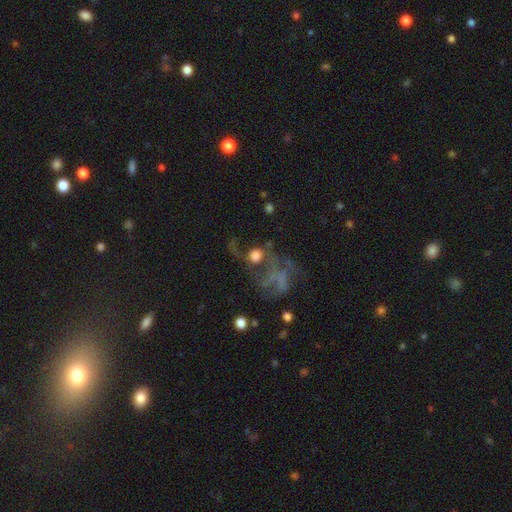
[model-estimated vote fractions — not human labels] A featured or disk galaxy (42%, tied with smooth). Merging: major disturbance (40%).